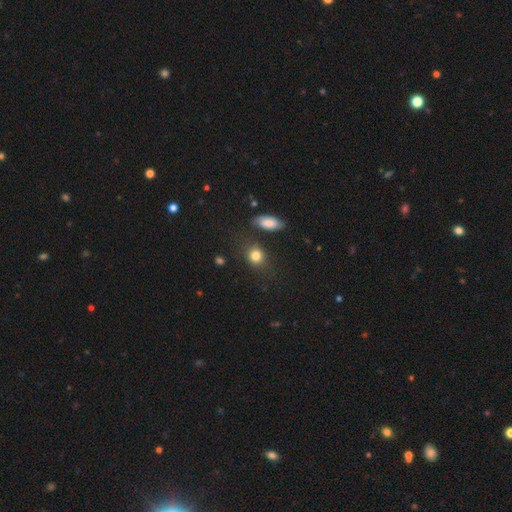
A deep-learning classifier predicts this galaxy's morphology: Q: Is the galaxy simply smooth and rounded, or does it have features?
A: smooth — 83%.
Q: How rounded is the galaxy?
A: round — 62%.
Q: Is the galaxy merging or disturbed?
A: none — 74%.